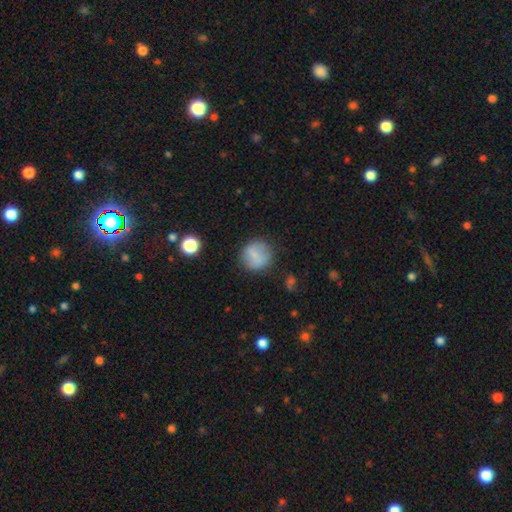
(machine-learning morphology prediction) smooth-or-featured: smooth: 73% | featured or disk: 18% | star or artifact: 9%
  how-rounded: round: 91% | in between: 8% | cigar-shaped: 1%
  merging: none: 81% | minor disturbance: 12% | major disturbance: 5% | merger: 2%